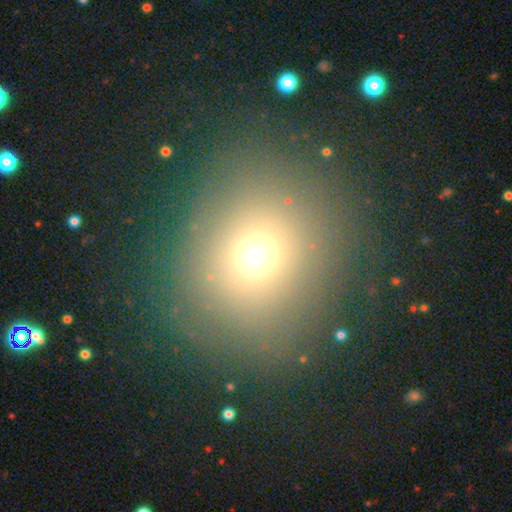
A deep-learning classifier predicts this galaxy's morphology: This is likely a smooth galaxy (68%). How rounded: likely round (76%). Merging: clearly none (81%).